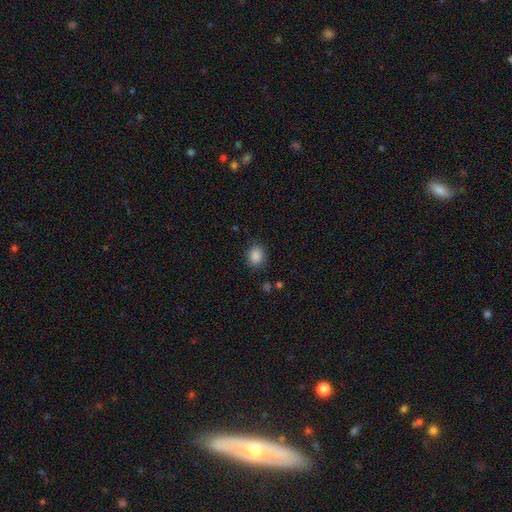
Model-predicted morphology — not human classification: Smooth or featured?
  - smooth: 87% *
  - star or artifact: 9%
  - featured or disk: 4%
How rounded?
  - round: 54% *
  - in between: 45%
  - cigar-shaped: 1%
Merging?
  - none: 81% *
  - minor disturbance: 14%
  - major disturbance: 4%
  - merger: 2%